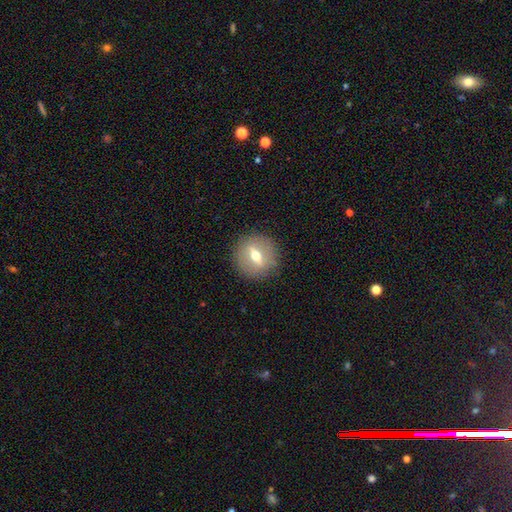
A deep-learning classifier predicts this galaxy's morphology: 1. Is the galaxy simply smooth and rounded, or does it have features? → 51% featured or disk, 40% smooth, 9% star or artifact.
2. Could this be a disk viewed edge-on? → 68% no, 32% yes.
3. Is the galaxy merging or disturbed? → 87% none, 8% minor disturbance, 3% major disturbance, 1% merger.